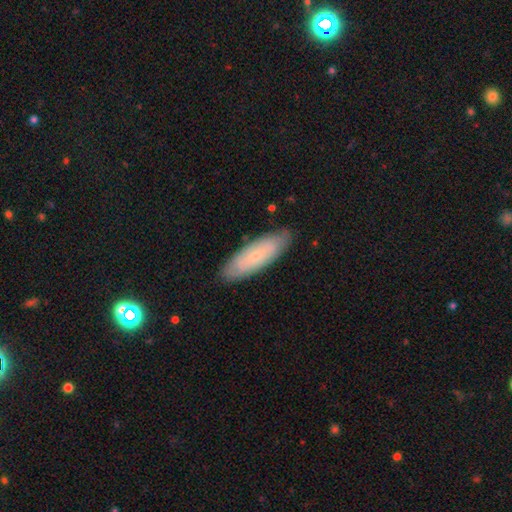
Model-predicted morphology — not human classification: The model was most divided on "how rounded": in between: 56%, cigar-shaped: 42%, round: 2%. More confident: merging — none (84%); smooth or featured — smooth (56%).